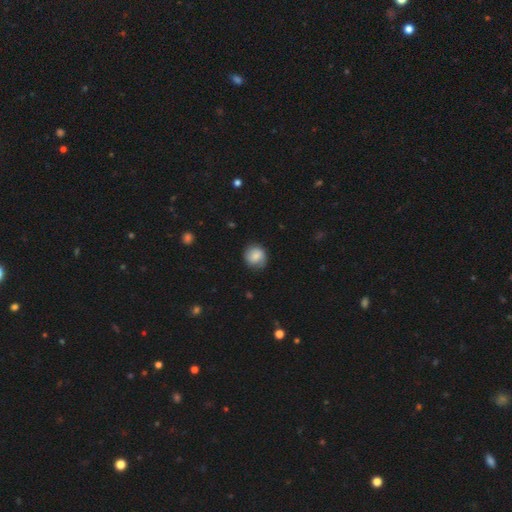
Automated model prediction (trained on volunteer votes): This is likely a smooth galaxy (74%). How rounded: clearly round (82%). Merging: likely none (76%).